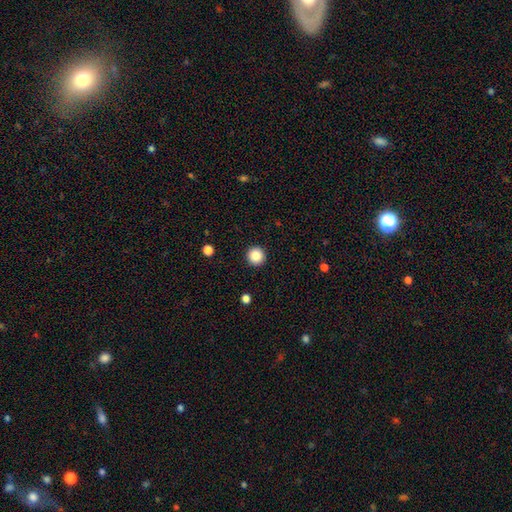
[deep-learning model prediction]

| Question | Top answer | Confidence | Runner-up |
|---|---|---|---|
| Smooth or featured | smooth | 87% | star or artifact (10%) |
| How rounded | round | 96% | in between (3%) |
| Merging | none | 93% | minor disturbance (4%) |